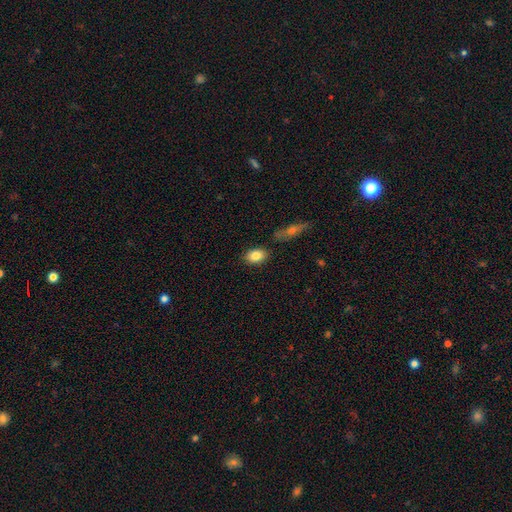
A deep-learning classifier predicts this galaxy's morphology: smooth 84%, featured or disk 8%, star or artifact 7%. Down the decision tree: how rounded — in between (84%); merging — none (82%).